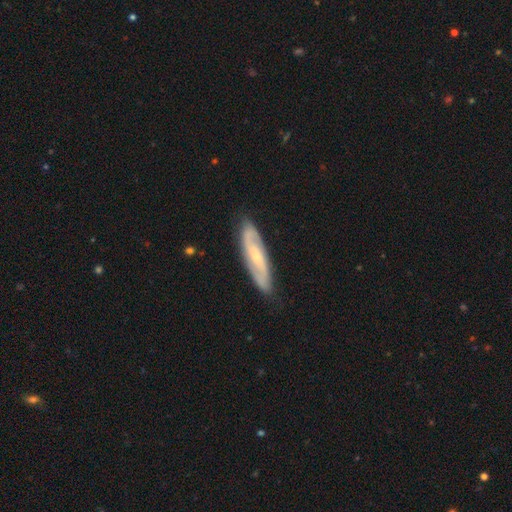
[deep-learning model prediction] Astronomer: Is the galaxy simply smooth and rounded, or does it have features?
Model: featured or disk — 69%.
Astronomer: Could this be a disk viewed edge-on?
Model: no — 76%.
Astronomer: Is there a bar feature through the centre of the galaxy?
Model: no — 51% (runner-up: weak, 35%).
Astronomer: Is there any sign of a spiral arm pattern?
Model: yes — 89%.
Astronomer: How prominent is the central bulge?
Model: small — 72%.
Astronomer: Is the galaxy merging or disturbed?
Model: none — 85%.